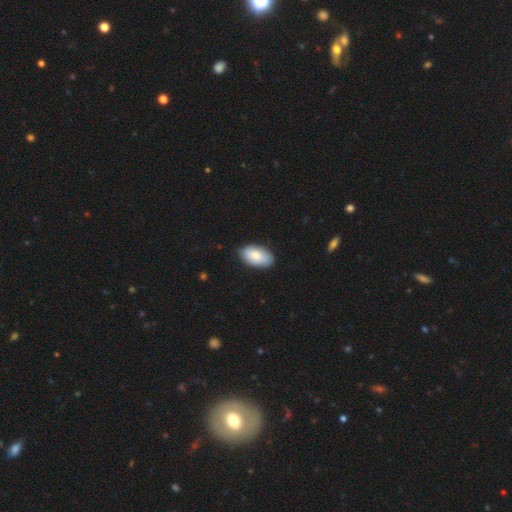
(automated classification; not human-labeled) smooth 80%, featured or disk 14%, star or artifact 6%. Down the decision tree: how rounded — in between (95%); merging — none (83%).